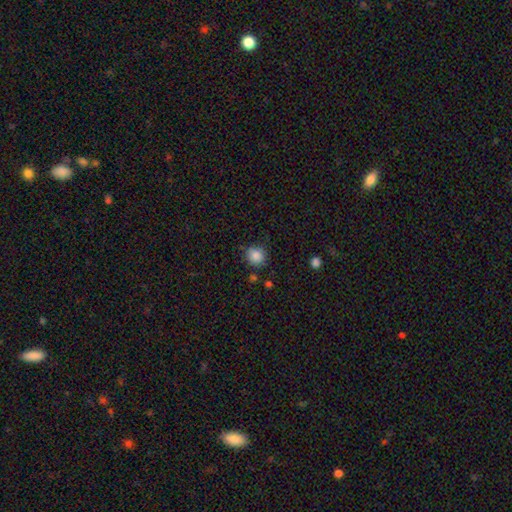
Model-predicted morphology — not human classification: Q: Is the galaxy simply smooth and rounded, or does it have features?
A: smooth — 87%.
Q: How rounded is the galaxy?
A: round — 89%.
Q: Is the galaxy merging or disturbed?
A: none — 82%.